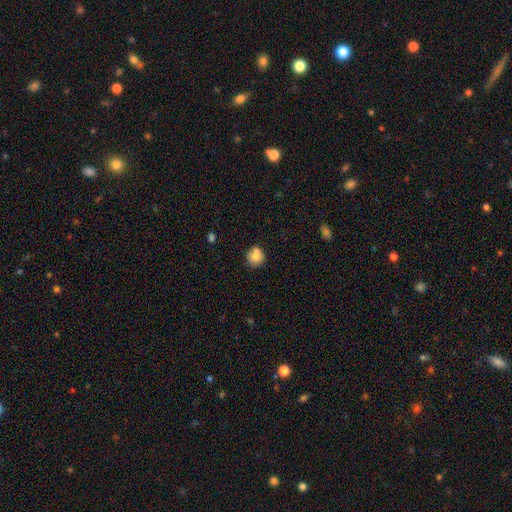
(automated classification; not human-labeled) smooth 77%, featured or disk 13%, star or artifact 9%. Down the decision tree: how rounded — round (86%); merging — none (64%).